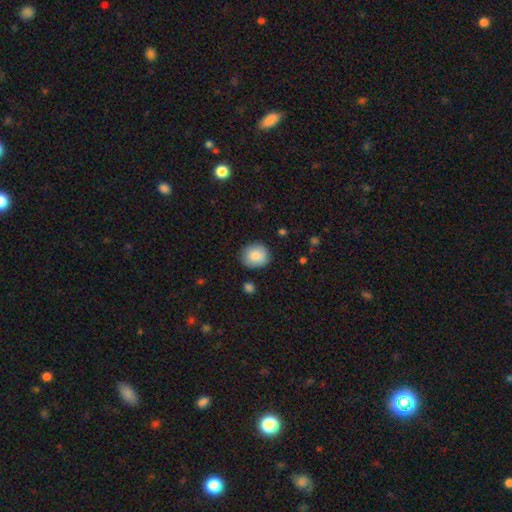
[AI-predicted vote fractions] A smooth galaxy with no disk features (86%) that is round (84%). Merging: none (84%).